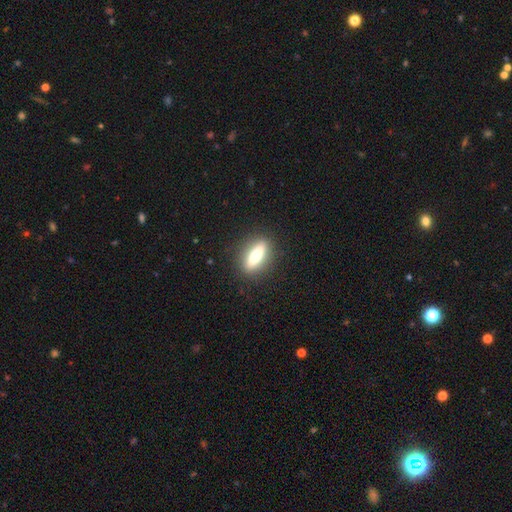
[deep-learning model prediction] smooth 62%, featured or disk 31%, star or artifact 7%. Down the decision tree: how rounded — cigar-shaped (49%); merging — none (88%).